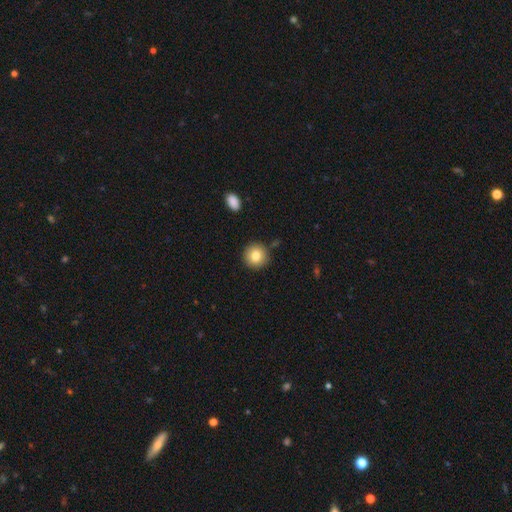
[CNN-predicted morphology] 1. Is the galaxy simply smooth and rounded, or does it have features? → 81% smooth, 9% featured or disk, 9% star or artifact.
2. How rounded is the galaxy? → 93% round, 6% in between, 1% cigar-shaped.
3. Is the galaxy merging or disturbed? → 89% none, 7% minor disturbance, 2% merger, 2% major disturbance.